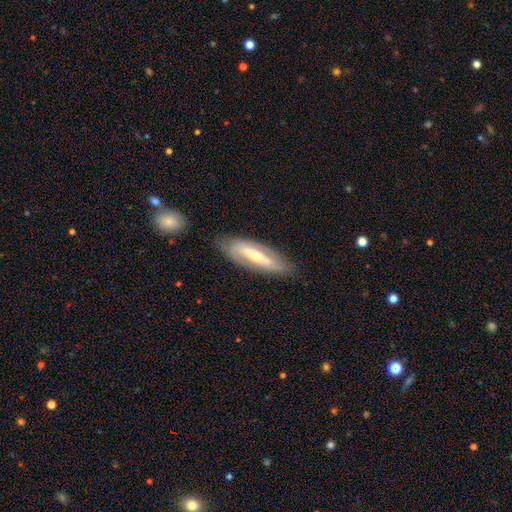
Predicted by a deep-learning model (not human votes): Smooth or featured: featured or disk — 69% (smooth — 25%)
Edge-on disk: no — 75% (yes — 25%)
Bar: strong — 51% (weak — 27%)
Spiral arms: yes — 66% (no — 34%)
Bulge size: moderate — 47% (tied with small — 47%)
Merging: none — 78% (minor disturbance — 16%)